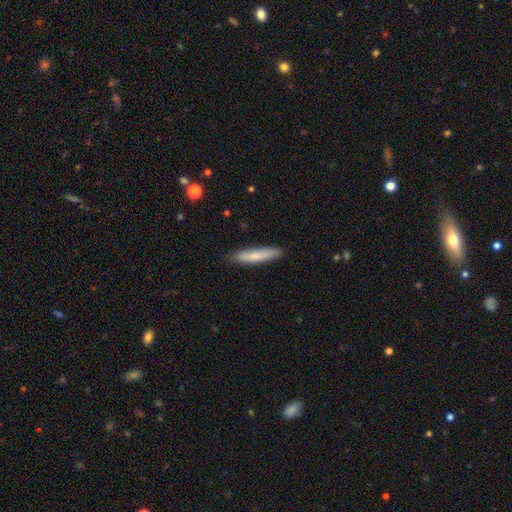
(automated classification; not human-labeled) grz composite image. It shows a smooth galaxy with no disk features (77%) that is cigar-shaped (90%). Merging: none (86%).